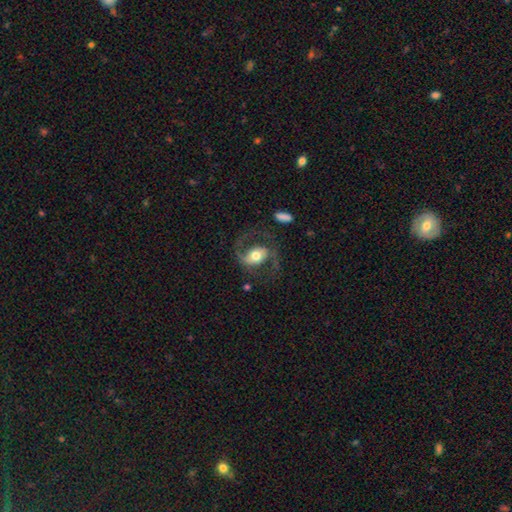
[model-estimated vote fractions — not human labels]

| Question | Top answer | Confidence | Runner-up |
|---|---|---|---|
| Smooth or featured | featured or disk | 74% | smooth (20%) |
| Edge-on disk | no | 96% | yes (4%) |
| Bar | no | 42% | weak (34%) |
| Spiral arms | yes | 88% | no (12%) |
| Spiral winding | medium | 51% | loose (36%) |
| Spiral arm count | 2 | 79% | 1 (15%) |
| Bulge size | moderate | 63% | large (25%) |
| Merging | none | 59% | major disturbance (22%) |